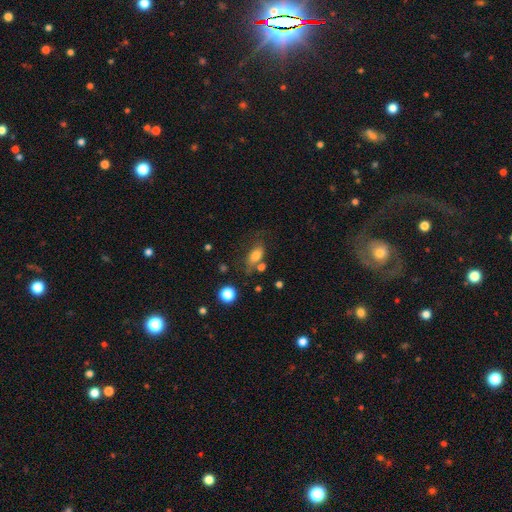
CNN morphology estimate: A smooth galaxy with no disk features (76%) that is in between round and cigar-shaped (83%).

Vote fractions:
- Smooth or featured? smooth: 76% / featured or disk: 13% / star or artifact: 11%
- How rounded? in between: 83% / round: 10% / cigar-shaped: 6%
- Merging? none: 52% / minor disturbance: 22% / major disturbance: 13% / merger: 13%